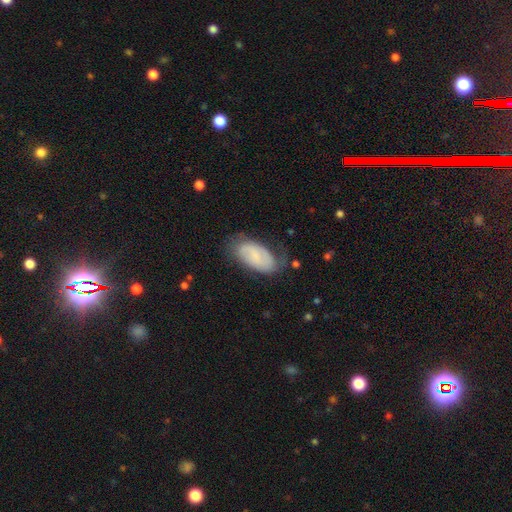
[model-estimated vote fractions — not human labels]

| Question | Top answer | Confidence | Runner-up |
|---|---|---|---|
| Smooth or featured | featured or disk | 48% | smooth (45%) |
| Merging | none | 55% | minor disturbance (29%) |